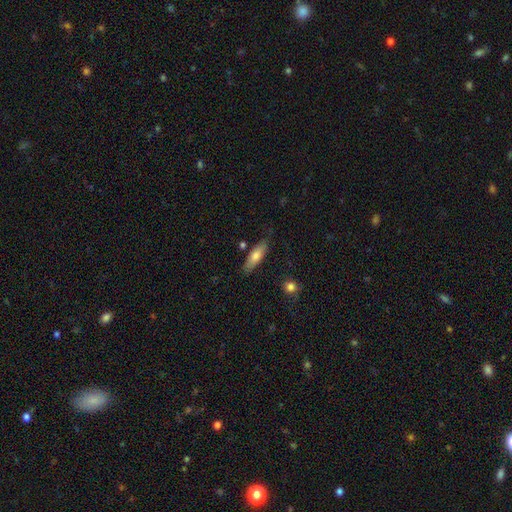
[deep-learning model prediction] smooth_or_featured: smooth (p=0.71) [alt: featured or disk p=0.23]
how_rounded: in between (p=0.50) [alt: cigar-shaped p=0.48]
merging: none (p=0.79) [alt: minor disturbance p=0.15]